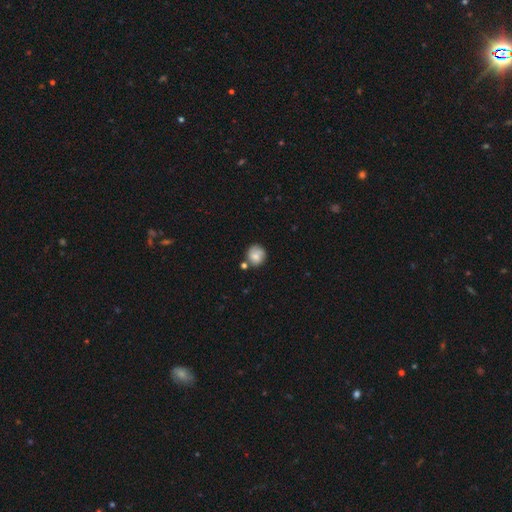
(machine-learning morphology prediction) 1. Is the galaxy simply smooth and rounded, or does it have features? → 67% smooth, 25% featured or disk, 8% star or artifact.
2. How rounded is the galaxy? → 85% round, 14% in between, 1% cigar-shaped.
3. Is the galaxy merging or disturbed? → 64% none, 19% minor disturbance, 12% merger, 5% major disturbance.